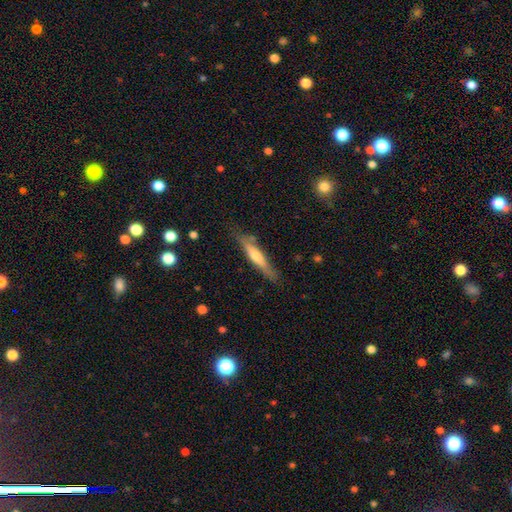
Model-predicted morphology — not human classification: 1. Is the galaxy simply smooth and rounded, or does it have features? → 50% featured or disk, 44% smooth, 6% star or artifact.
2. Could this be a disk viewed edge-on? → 90% yes, 10% no.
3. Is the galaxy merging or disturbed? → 78% none, 17% minor disturbance, 4% major disturbance, 2% merger.